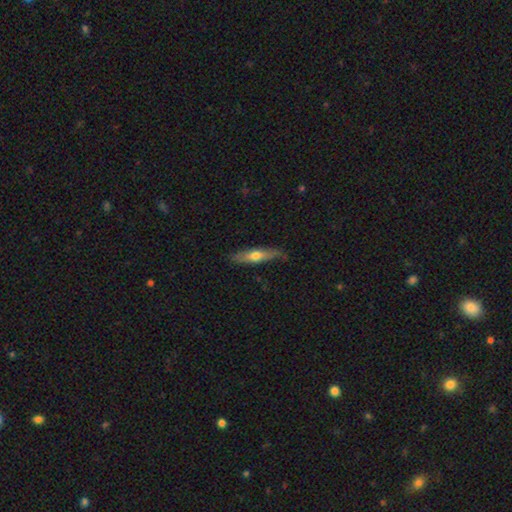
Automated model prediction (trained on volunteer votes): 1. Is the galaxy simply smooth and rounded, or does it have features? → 51% smooth, 43% featured or disk, 6% star or artifact.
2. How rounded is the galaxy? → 75% cigar-shaped, 23% in between, 2% round.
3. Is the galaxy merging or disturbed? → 81% none, 15% minor disturbance, 3% major disturbance, 1% merger.